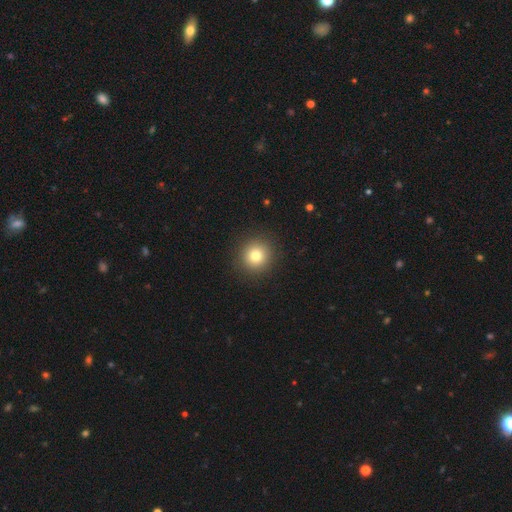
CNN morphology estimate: This is likely a smooth galaxy (79%). How rounded: clearly round (93%). Merging: clearly none (91%).